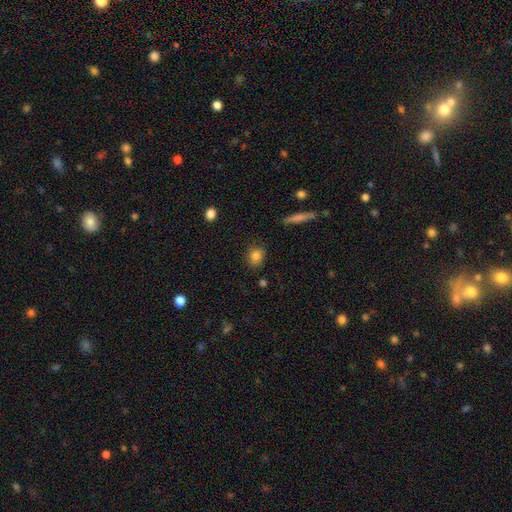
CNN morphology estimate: Smooth or featured: smooth — 84% (star or artifact — 9%)
How rounded: round — 56% (in between — 42%)
Merging: none — 82% (minor disturbance — 13%)